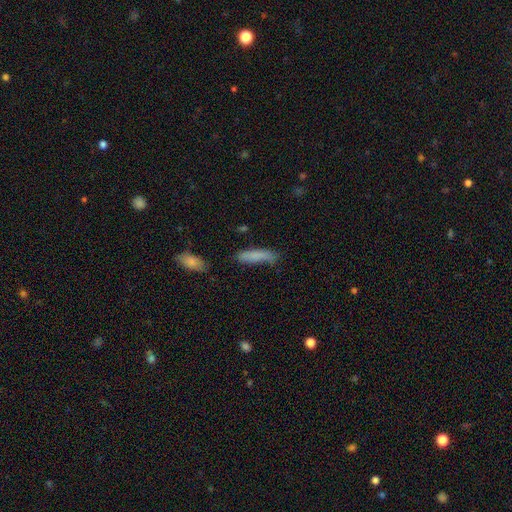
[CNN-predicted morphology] smooth 80%, featured or disk 13%, star or artifact 8%. Down the decision tree: how rounded — cigar-shaped (74%); merging — none (62%).